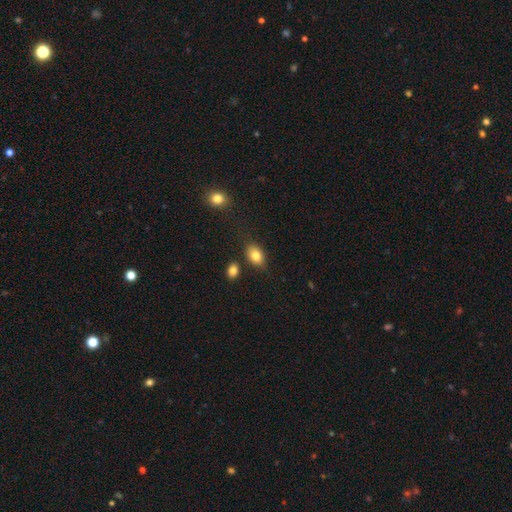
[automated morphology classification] Smooth or featured? Predicted: smooth (p=0.83). How rounded? Predicted: in between (p=0.81). Merging? Predicted: none (p=0.76).